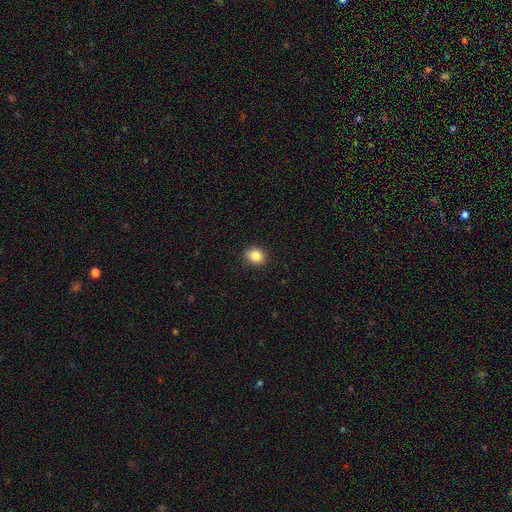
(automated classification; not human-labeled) Smooth or featured?
  - smooth: 85% *
  - star or artifact: 10%
  - featured or disk: 5%
How rounded?
  - round: 58% *
  - in between: 41%
  - cigar-shaped: 1%
Merging?
  - none: 86% *
  - minor disturbance: 11%
  - major disturbance: 2%
  - merger: 1%